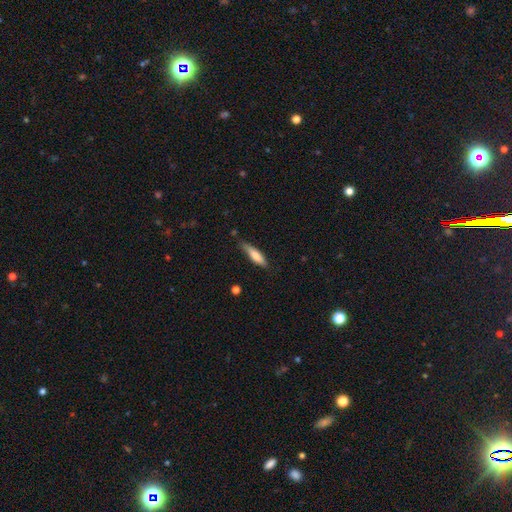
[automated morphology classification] smooth-or-featured: smooth: 76% | featured or disk: 18% | star or artifact: 6%
  how-rounded: cigar-shaped: 69% | in between: 29% | round: 2%
  merging: none: 68% | minor disturbance: 25% | major disturbance: 4% | merger: 2%